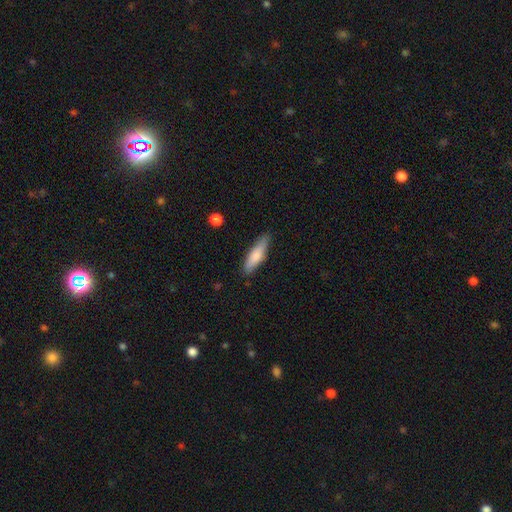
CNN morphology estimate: The model was most divided on "how rounded": cigar-shaped: 68%, in between: 30%, round: 2%. More confident: merging — none (84%); smooth or featured — smooth (76%).